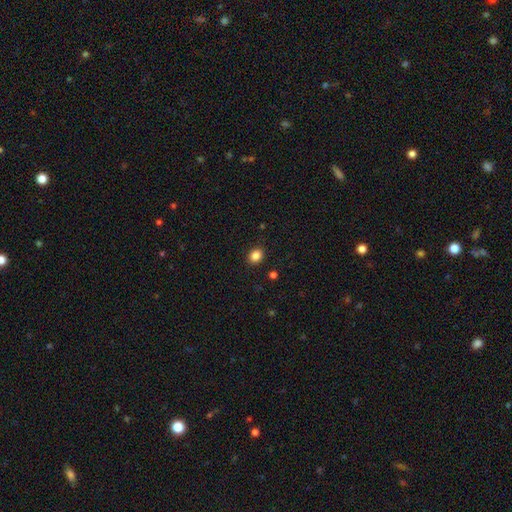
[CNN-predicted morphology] type=smooth (85%); roundness=round (55%); merging=none (89%).